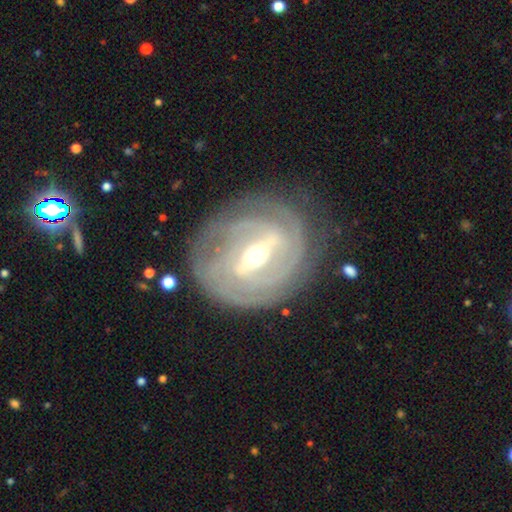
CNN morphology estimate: A featured or disk galaxy (87%) with a strong bar (59%), tight (75%) spiral arms (92%) and a moderate central bulge (58%). Merging: none (75%).